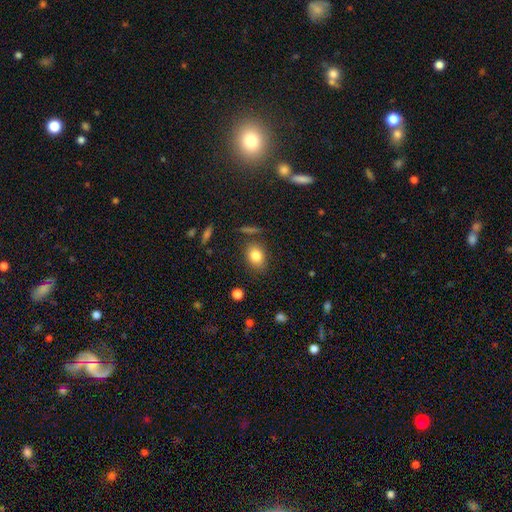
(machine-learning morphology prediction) smooth 82%, star or artifact 9%, featured or disk 8%. Down the decision tree: how rounded — in between (68%); merging — none (79%).